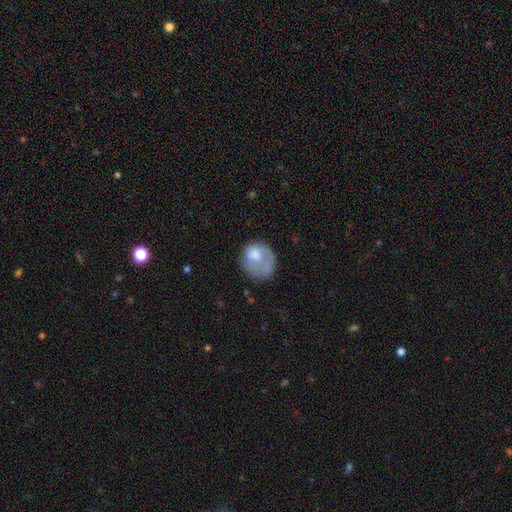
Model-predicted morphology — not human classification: Q: Smooth or featured?
A: smooth (62%); runner-up: featured or disk (30%)
Q: How rounded?
A: round (68%); runner-up: in between (31%)
Q: Merging?
A: none (38%); runner-up: major disturbance (33%)